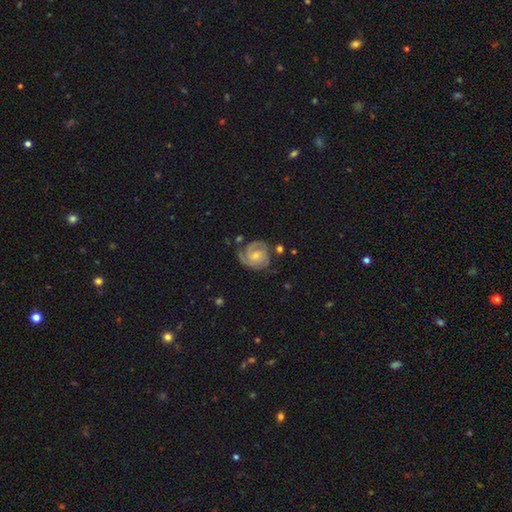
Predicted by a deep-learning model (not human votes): This is clearly a featured or disk galaxy (84%). It is clearly not viewed edge-on (98%). Bar: likely no (61%). Spiral arm pattern: clearly yes (97%). Spiral arm count: possibly 2 (51%). Spiral winding: likely tight (64%). Central bulge: possibly small (50%). Merging: likely none (70%).